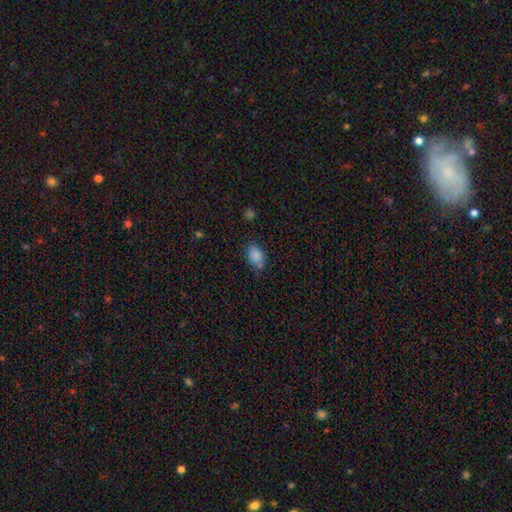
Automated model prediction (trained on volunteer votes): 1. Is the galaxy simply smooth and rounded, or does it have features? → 84% smooth, 10% star or artifact, 5% featured or disk.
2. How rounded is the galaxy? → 84% in between, 14% round, 2% cigar-shaped.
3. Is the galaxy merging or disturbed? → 65% none, 24% minor disturbance, 6% major disturbance, 4% merger.